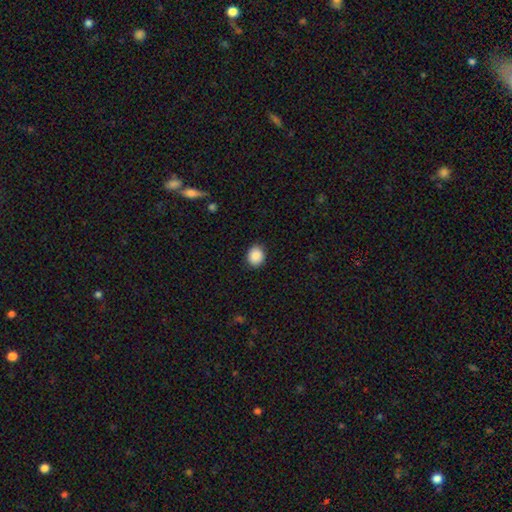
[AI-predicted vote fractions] Overall: smooth (89%). How rounded: round (59%; in between 40%). Merging: none (89%).